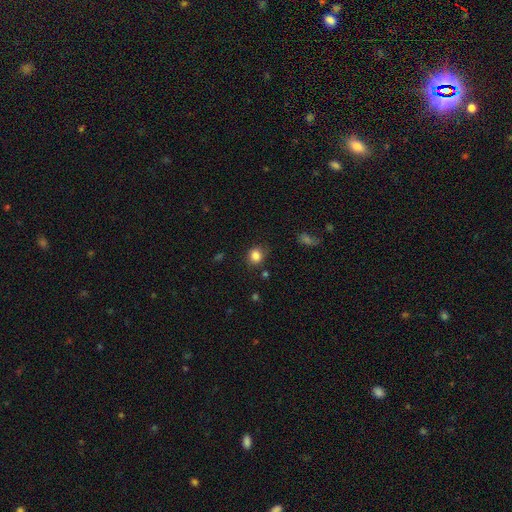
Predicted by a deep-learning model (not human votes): Overall: smooth (85%). How rounded: round (78%). Merging: none (81%).